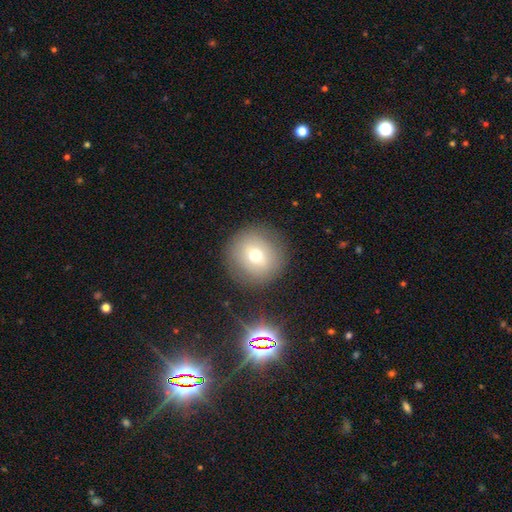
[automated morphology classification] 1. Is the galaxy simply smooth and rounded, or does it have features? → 69% smooth, 18% featured or disk, 13% star or artifact.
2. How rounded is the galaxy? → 93% round, 6% in between, 1% cigar-shaped.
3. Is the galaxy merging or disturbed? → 85% none, 8% minor disturbance, 4% major disturbance, 2% merger.